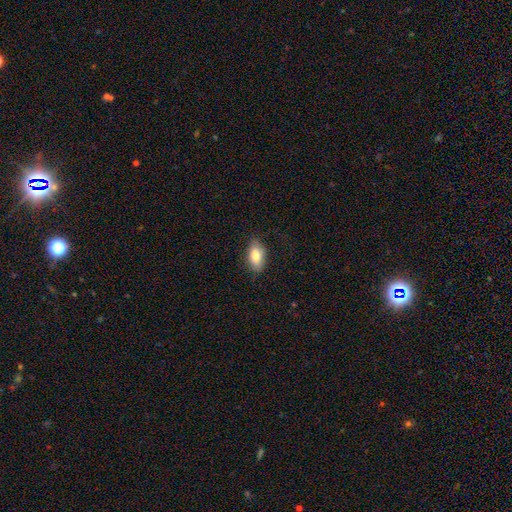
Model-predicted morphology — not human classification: Smooth or featured? Predicted: smooth (p=0.81). How rounded? Predicted: in between (p=0.91). Merging? Predicted: none (p=0.83).